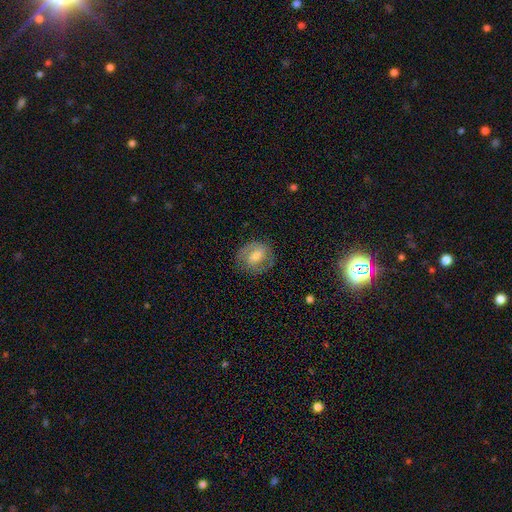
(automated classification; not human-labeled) This appears to be a featured or disk galaxy (54%) with a weak bar (44%), spiral arms (74%) and a moderate central bulge (53%). Merging: none (75%).